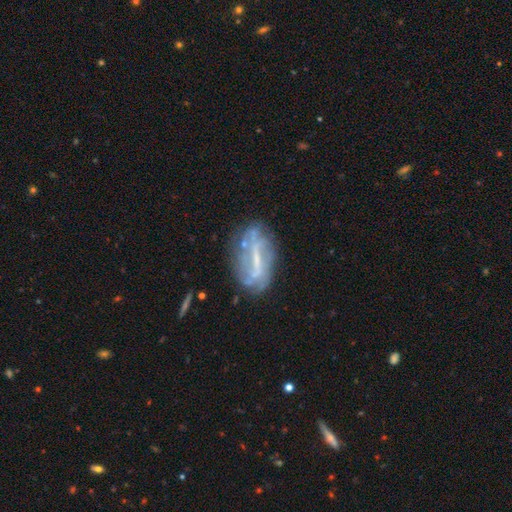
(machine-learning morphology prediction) Smooth or featured: featured or disk — 67% (smooth — 21%)
Edge-on disk: no — 84% (yes — 16%)
Bar: strong — 58% (weak — 26%)
Spiral arms: yes — 52% (no — 48%)
Bulge size: none — 40% (small — 38%)
Merging: none — 67% (minor disturbance — 19%)